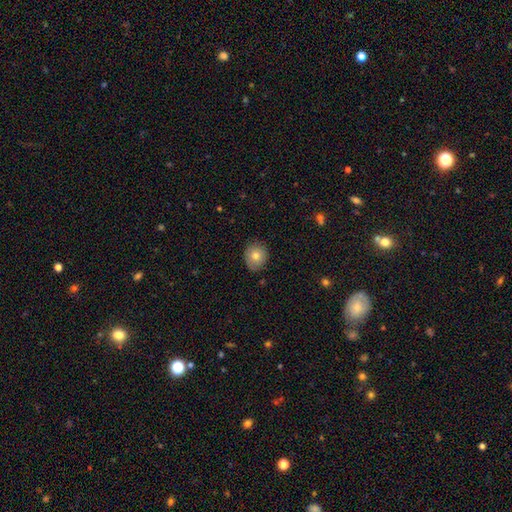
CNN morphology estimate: smooth-or-featured: smooth: 77% | featured or disk: 14% | star or artifact: 9%
  how-rounded: round: 80% | in between: 19% | cigar-shaped: 1%
  merging: none: 84% | minor disturbance: 13% | major disturbance: 2% | merger: 1%